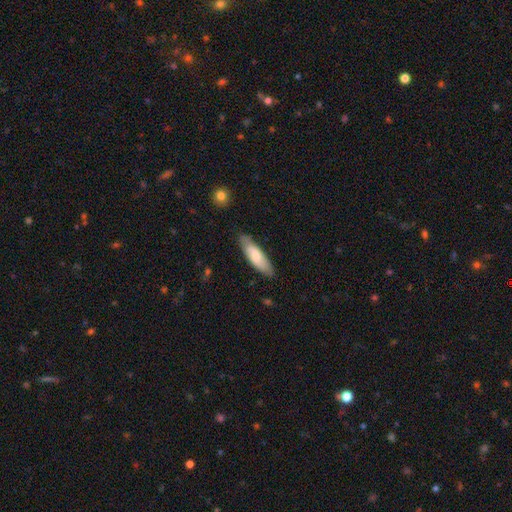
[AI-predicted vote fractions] This is likely a smooth galaxy (69%). How rounded: possibly cigar-shaped (50%). Merging: clearly none (80%).